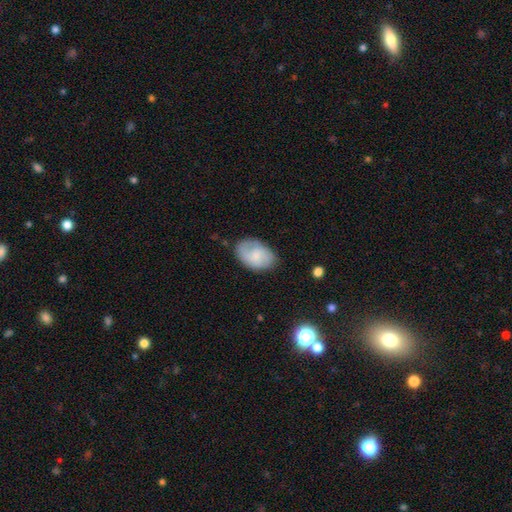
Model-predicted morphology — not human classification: type=smooth (66%); roundness=in between (89%); merging=none (68%).